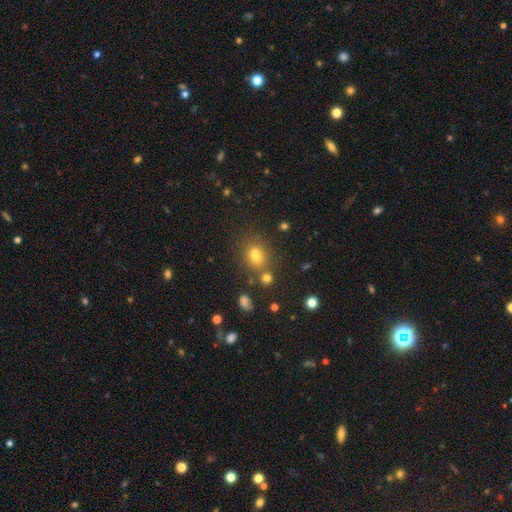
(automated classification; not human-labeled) smooth_or_featured: smooth (p=0.67) [alt: star or artifact p=0.21]
how_rounded: in between (p=0.50) [alt: round p=0.48]
merging: none (p=0.61) [alt: merger p=0.22]